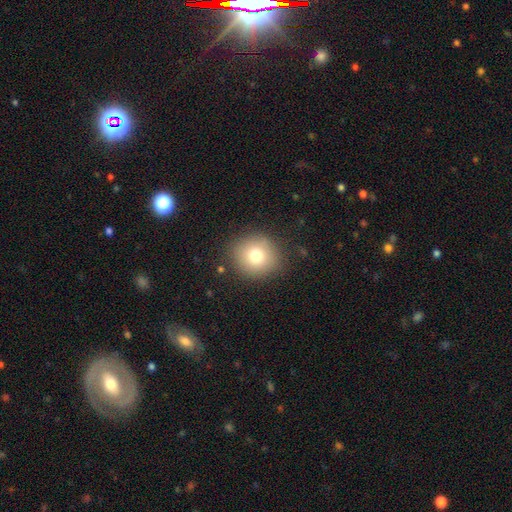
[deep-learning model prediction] smooth 76%, star or artifact 12%, featured or disk 12%. Down the decision tree: how rounded — round (89%); merging — none (87%).